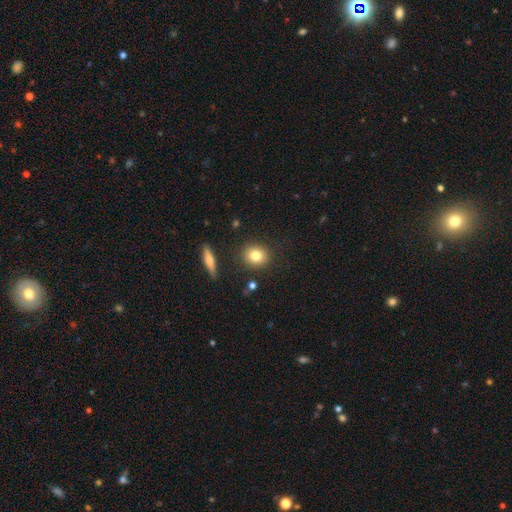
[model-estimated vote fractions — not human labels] A smooth galaxy with no disk features (81%) that is round (77%). Merging: none (88%).